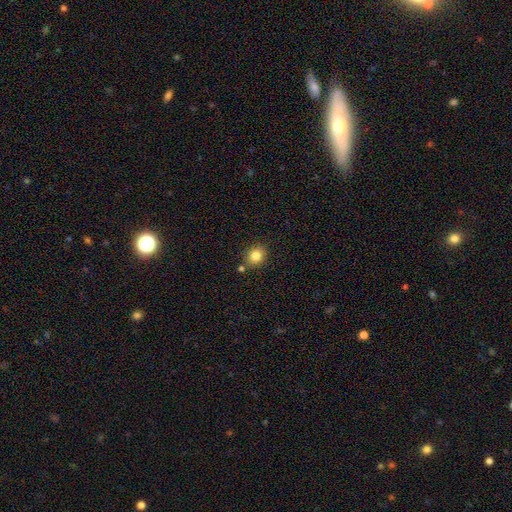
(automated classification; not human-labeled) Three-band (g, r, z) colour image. It shows a smooth galaxy with no disk features (83%) that is round (70%). Merging: none (81%).